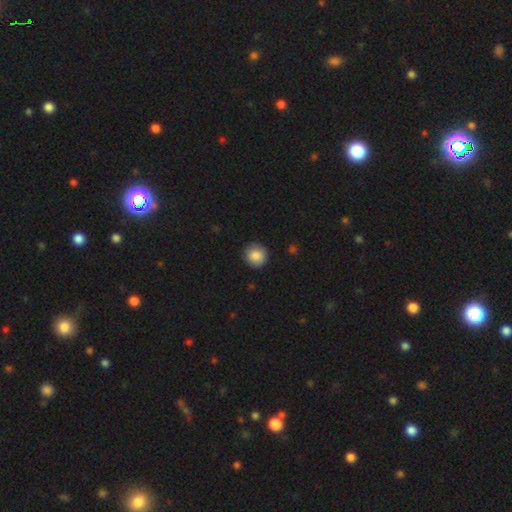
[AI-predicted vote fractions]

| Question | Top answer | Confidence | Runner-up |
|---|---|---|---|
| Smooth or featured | smooth | 87% | star or artifact (8%) |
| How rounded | round | 92% | in between (7%) |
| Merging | none | 90% | minor disturbance (8%) |